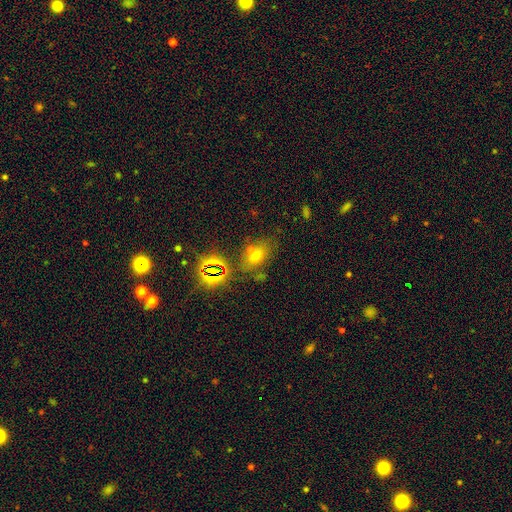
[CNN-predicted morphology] This is possibly a smooth galaxy (57%). How rounded: likely in between (76%). Merging: possibly none (56%).